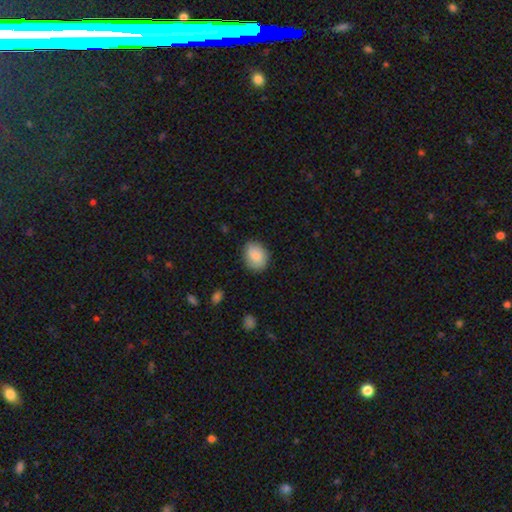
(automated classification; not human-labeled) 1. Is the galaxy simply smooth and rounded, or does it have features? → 86% smooth, 8% featured or disk, 7% star or artifact.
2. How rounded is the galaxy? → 57% in between, 42% round, 1% cigar-shaped.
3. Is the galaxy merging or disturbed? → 83% none, 13% minor disturbance, 3% major disturbance, 1% merger.